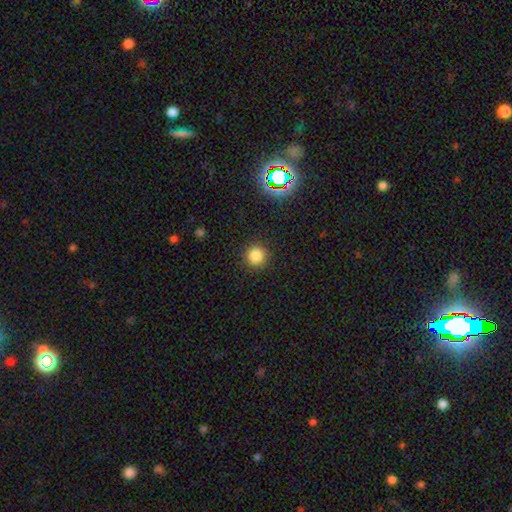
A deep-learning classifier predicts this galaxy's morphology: smooth 82%, star or artifact 13%, featured or disk 4%. Down the decision tree: how rounded — round (95%); merging — none (91%).